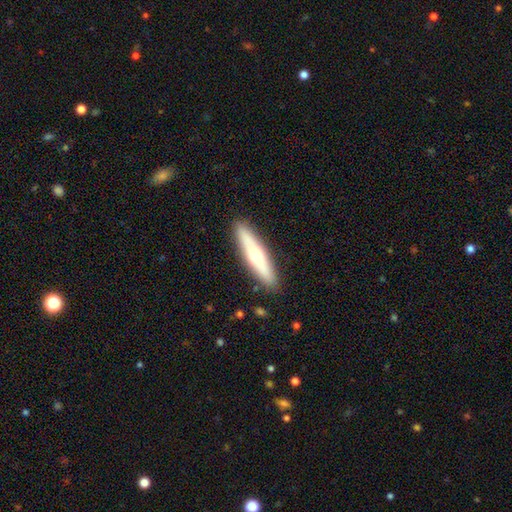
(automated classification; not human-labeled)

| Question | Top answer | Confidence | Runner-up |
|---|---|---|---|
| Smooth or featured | smooth | 49% | featured or disk (45%) |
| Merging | none | 89% | minor disturbance (8%) |